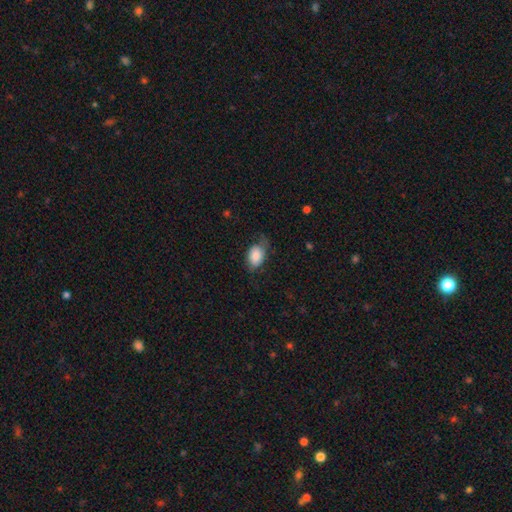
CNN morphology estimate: Smooth or featured: smooth — 80% (featured or disk — 13%)
How rounded: in between — 85% (round — 13%)
Merging: none — 54% (minor disturbance — 30%)